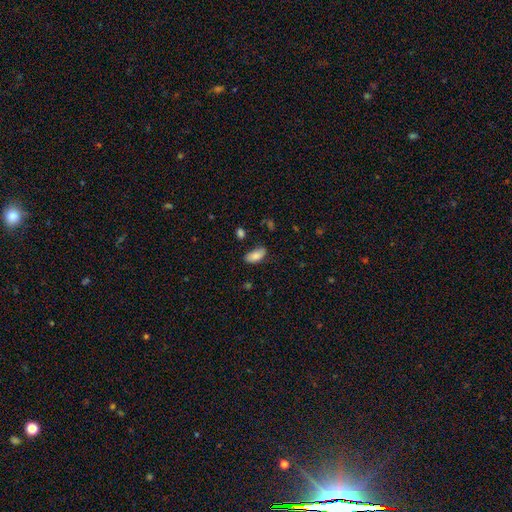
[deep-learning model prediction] Morphology: type=smooth (85%); roundness=in between (92%); merging=none (71%).